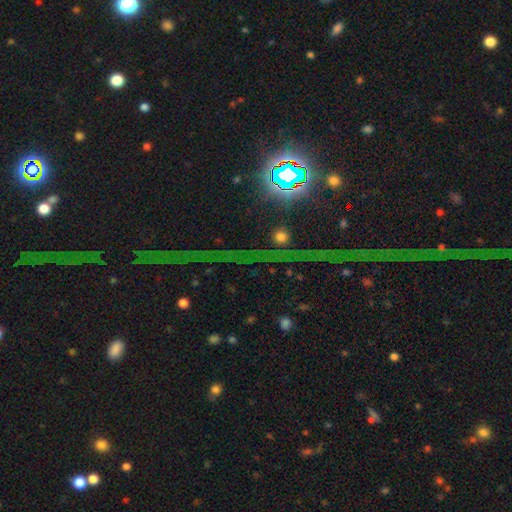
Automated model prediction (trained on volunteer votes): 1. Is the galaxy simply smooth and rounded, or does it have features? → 82% star or artifact, 10% featured or disk, 9% smooth.